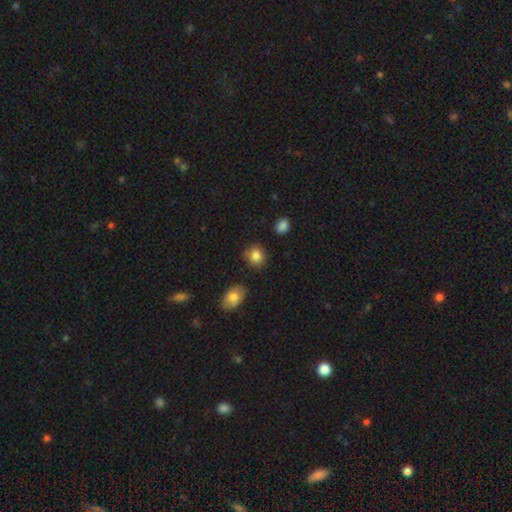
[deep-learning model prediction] smooth 86%, star or artifact 9%, featured or disk 6%. Down the decision tree: how rounded — round (81%); merging — none (83%).